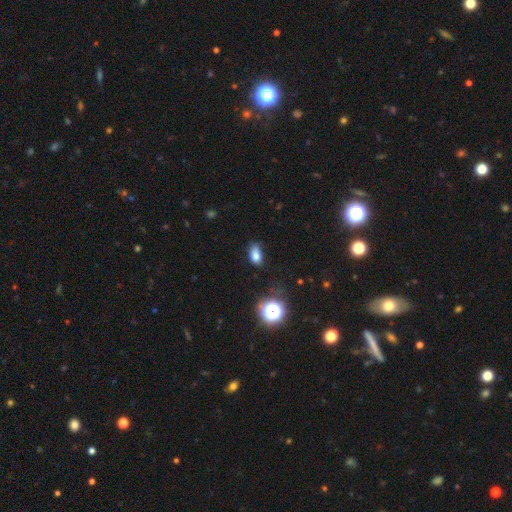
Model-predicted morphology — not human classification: Smooth or featured?
  - smooth: 78% *
  - star or artifact: 14%
  - featured or disk: 8%
How rounded?
  - in between: 87% *
  - round: 9%
  - cigar-shaped: 4%
Merging?
  - none: 69% *
  - minor disturbance: 24%
  - major disturbance: 6%
  - merger: 2%